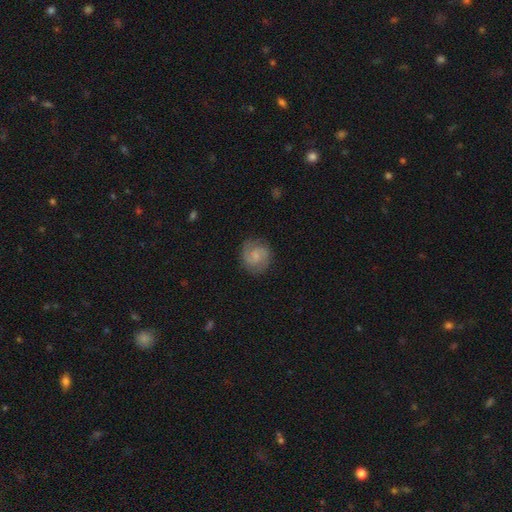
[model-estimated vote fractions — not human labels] A featured or disk galaxy (68%) with no bar (52%), 2 (87%) medium (50%) spiral arms (94%) and a small central bulge (61%). Merging: none (82%).